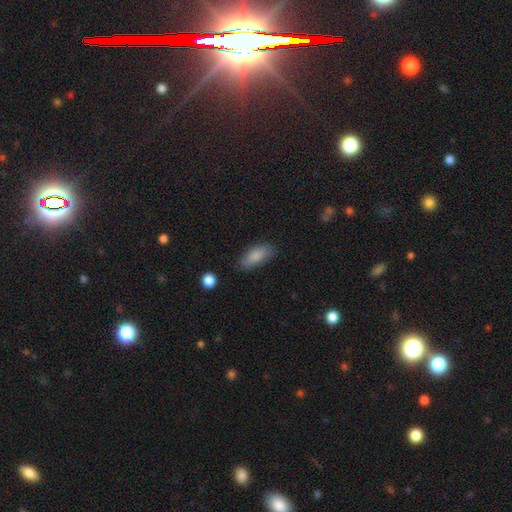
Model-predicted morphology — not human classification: Smooth or featured: smooth — 85% (featured or disk — 8%)
How rounded: in between — 81% (cigar-shaped — 16%)
Merging: none — 77% (minor disturbance — 17%)